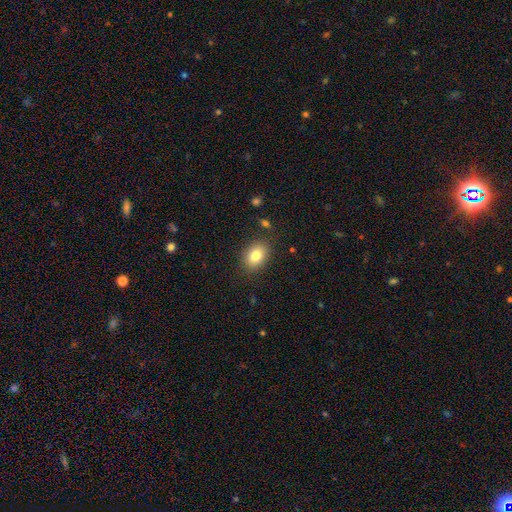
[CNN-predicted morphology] Smooth or featured: smooth — 82% (featured or disk — 9%)
How rounded: in between — 73% (round — 26%)
Merging: none — 84% (minor disturbance — 11%)